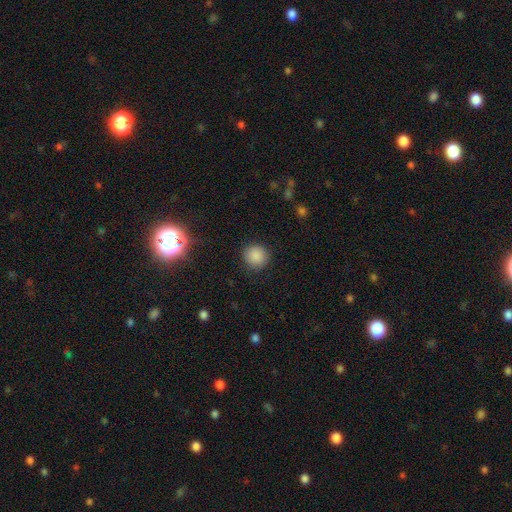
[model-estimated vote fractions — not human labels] smooth 86%, star or artifact 11%, featured or disk 3%. Down the decision tree: how rounded — round (93%); merging — none (89%).